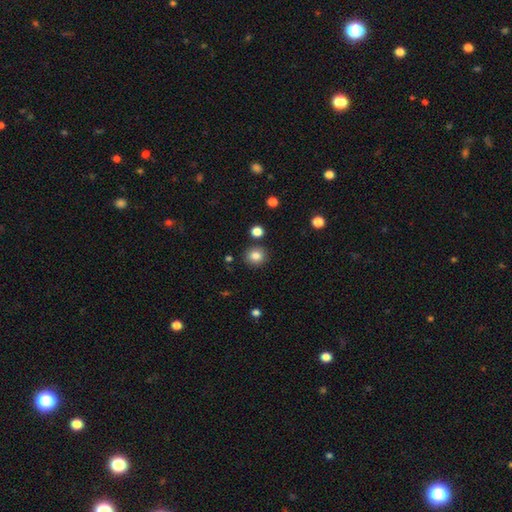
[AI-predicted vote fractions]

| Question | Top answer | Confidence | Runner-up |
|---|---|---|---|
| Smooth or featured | smooth | 84% | star or artifact (11%) |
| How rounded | round | 87% | in between (12%) |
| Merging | none | 87% | minor disturbance (7%) |